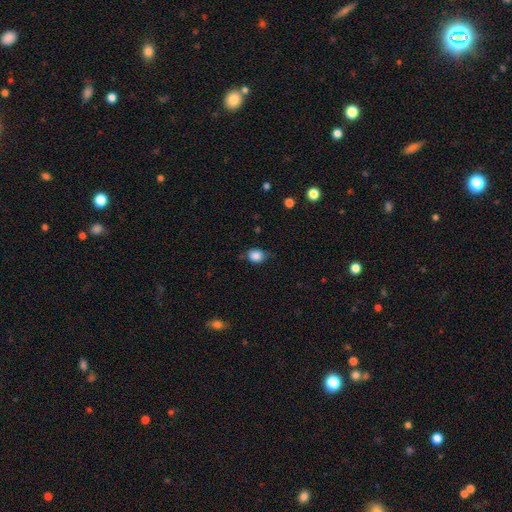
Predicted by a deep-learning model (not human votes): Smooth or featured?
  - smooth: 83% *
  - star or artifact: 9%
  - featured or disk: 8%
How rounded?
  - in between: 52% *
  - round: 47%
  - cigar-shaped: 1%
Merging?
  - none: 66% *
  - minor disturbance: 26%
  - major disturbance: 6%
  - merger: 2%